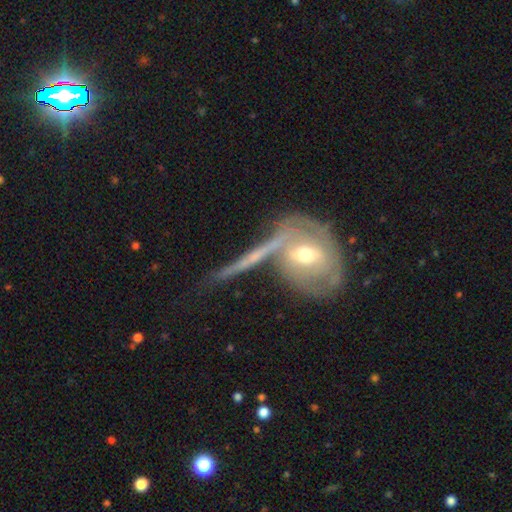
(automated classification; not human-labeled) A featured or disk galaxy (70%) viewed edge-on (54%).

Vote fractions:
- Smooth or featured? featured or disk: 70% / smooth: 22% / star or artifact: 8%
- Edge-on disk? yes: 54% / no: 46%
- Merging? none: 48% / merger: 31% / minor disturbance: 14% / major disturbance: 7%